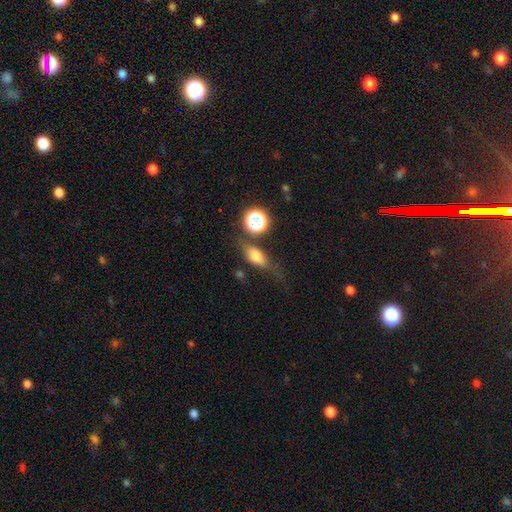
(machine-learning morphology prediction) The model was most divided on "merging": none: 59%, minor disturbance: 22%, major disturbance: 11%, merger: 7%. More confident: how rounded — in between (64%); smooth or featured — smooth (62%).